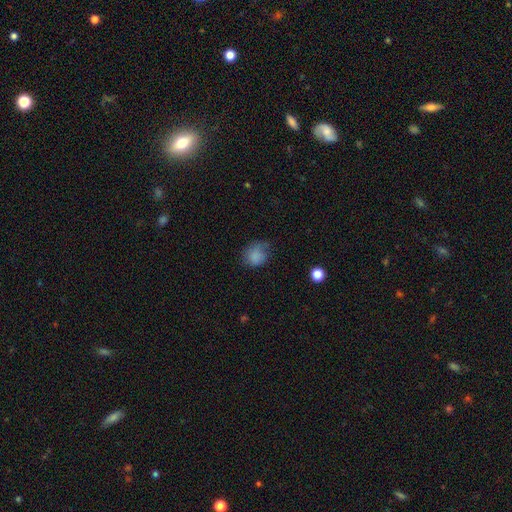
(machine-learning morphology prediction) Smooth or featured? Predicted: smooth (p=0.81). How rounded? Predicted: round (p=0.66). Merging? Predicted: none (p=0.51).